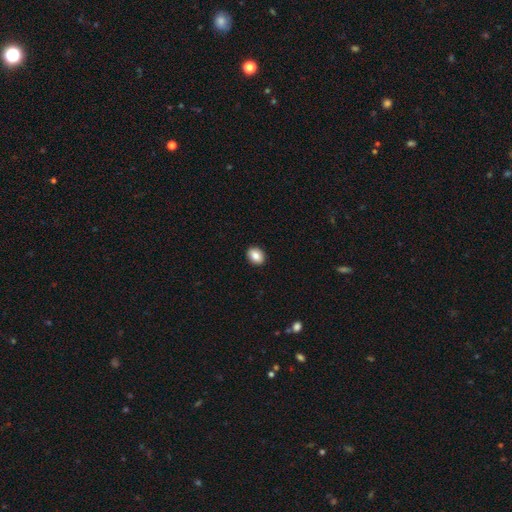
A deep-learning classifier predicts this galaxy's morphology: A smooth galaxy with no disk features (85%) that is in between round and cigar-shaped (58%).

Vote fractions:
- Smooth or featured? smooth: 85% / star or artifact: 8% / featured or disk: 7%
- How rounded? in between: 58% / round: 41% / cigar-shaped: 1%
- Merging? none: 92% / minor disturbance: 6% / major disturbance: 1% / merger: 1%